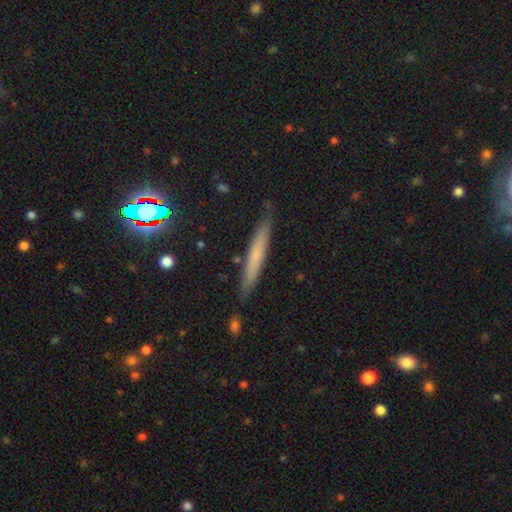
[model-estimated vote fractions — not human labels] Smooth or featured: smooth — 54% (featured or disk — 36%)
How rounded: cigar-shaped — 95% (in between — 4%)
Merging: none — 83% (minor disturbance — 13%)